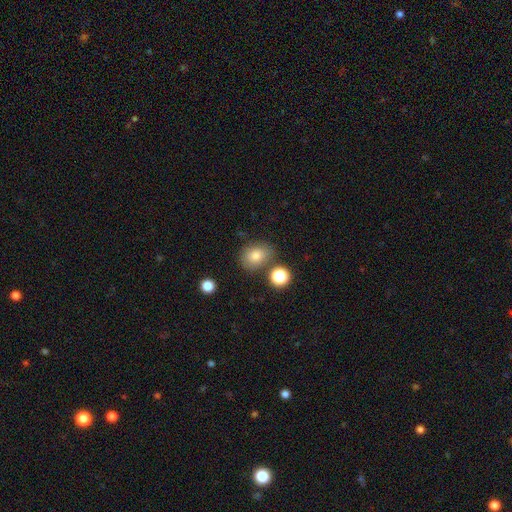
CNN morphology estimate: Smooth or featured?
  - smooth: 79% *
  - star or artifact: 11%
  - featured or disk: 9%
How rounded?
  - in between: 54% *
  - round: 45%
  - cigar-shaped: 1%
Merging?
  - none: 71% *
  - minor disturbance: 15%
  - merger: 9%
  - major disturbance: 5%